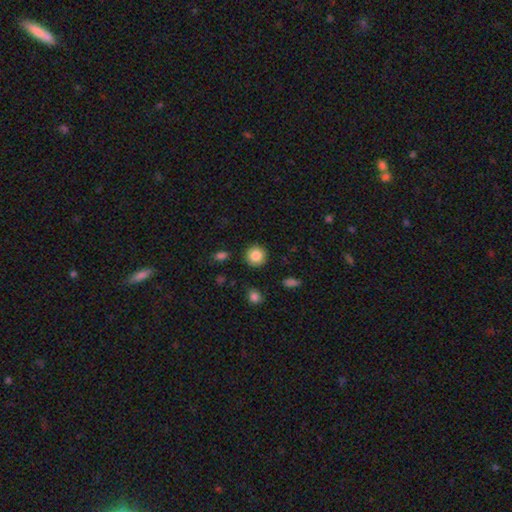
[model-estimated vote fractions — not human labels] Smooth or featured? Predicted: smooth (p=0.85). How rounded? Predicted: round (p=0.93). Merging? Predicted: none (p=0.90).